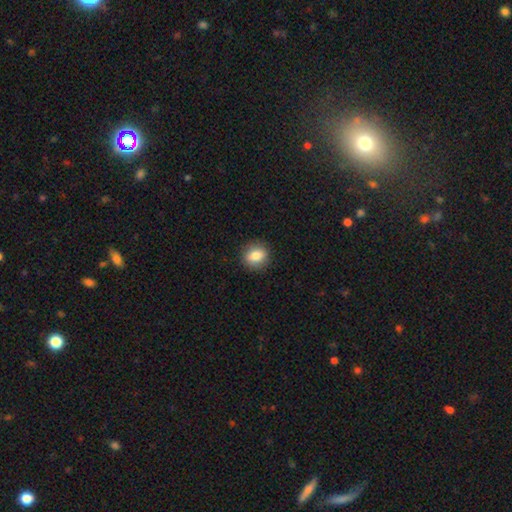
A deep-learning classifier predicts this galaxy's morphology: Q: Smooth or featured?
A: smooth (82%); runner-up: star or artifact (9%)
Q: How rounded?
A: round (73%); runner-up: in between (26%)
Q: Merging?
A: none (89%); runner-up: minor disturbance (8%)